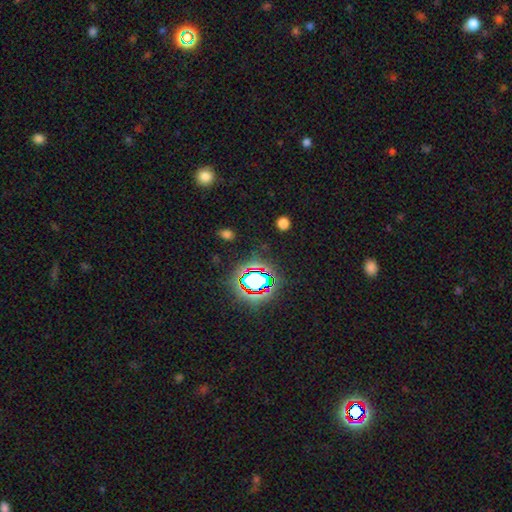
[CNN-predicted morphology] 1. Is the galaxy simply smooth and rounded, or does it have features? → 77% star or artifact, 14% smooth, 9% featured or disk.